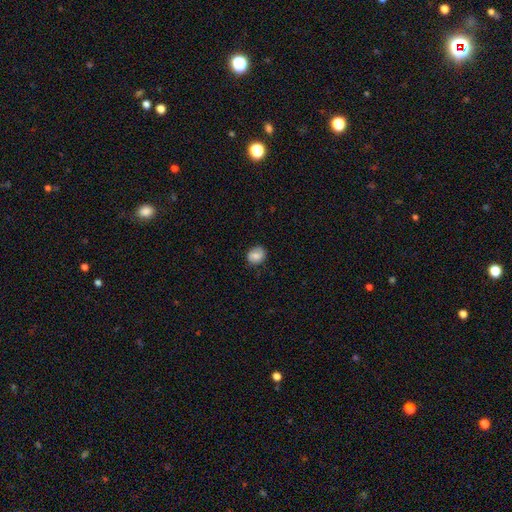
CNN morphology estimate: smooth-or-featured: smooth: 73% | featured or disk: 19% | star or artifact: 8%
  how-rounded: round: 65% | in between: 34% | cigar-shaped: 1%
  merging: none: 81% | minor disturbance: 15% | major disturbance: 3% | merger: 1%